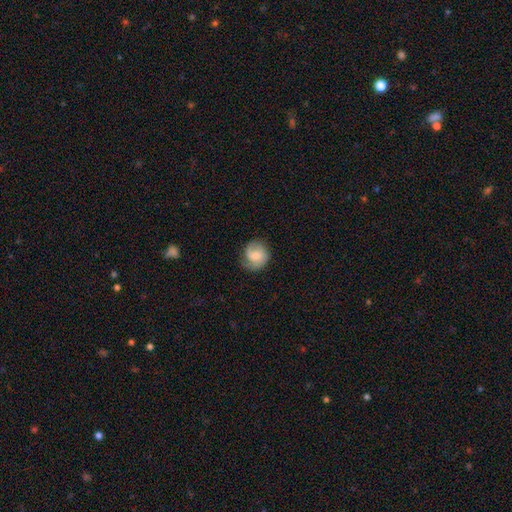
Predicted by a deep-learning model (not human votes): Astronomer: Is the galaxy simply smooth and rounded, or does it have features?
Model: featured or disk — 49% (runner-up: smooth, 44%).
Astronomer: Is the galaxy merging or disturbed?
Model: none — 69%.